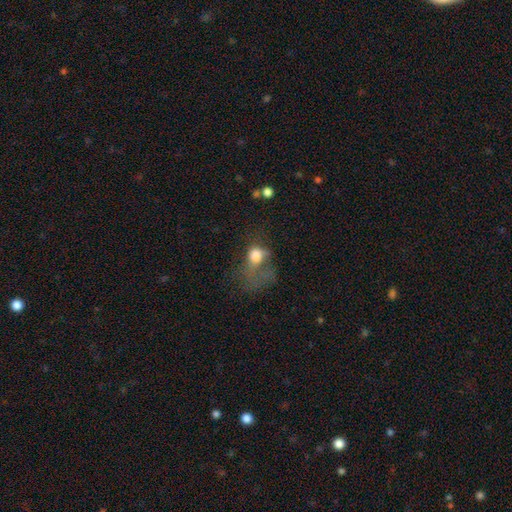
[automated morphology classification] Smooth or featured? Predicted: smooth (p=0.65). How rounded? Predicted: in between (p=0.62). Merging? Predicted: major disturbance (p=0.64).